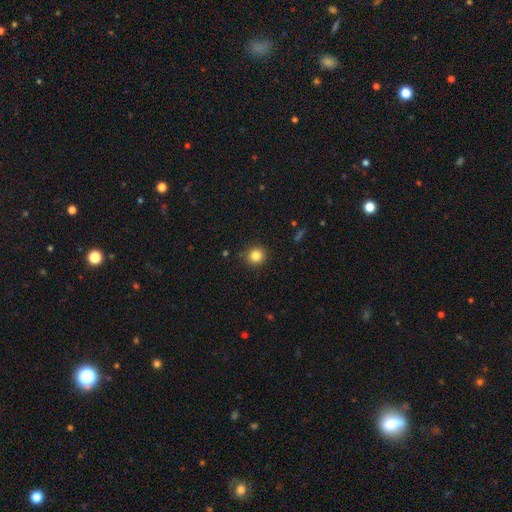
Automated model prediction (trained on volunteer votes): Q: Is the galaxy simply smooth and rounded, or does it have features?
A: smooth — 84%.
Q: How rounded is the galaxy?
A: round — 92%.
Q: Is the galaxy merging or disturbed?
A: none — 87%.